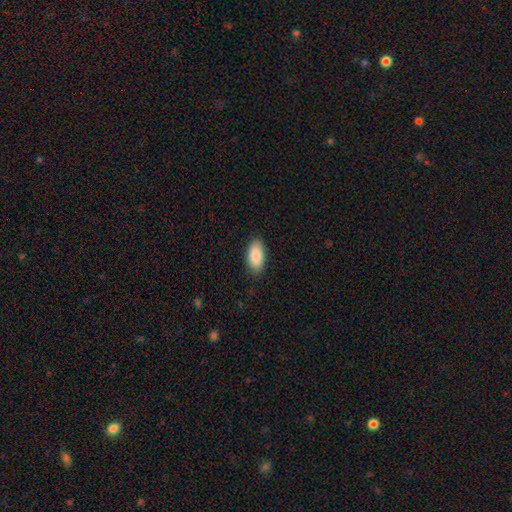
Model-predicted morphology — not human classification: Q: Smooth or featured?
A: smooth (89%); runner-up: star or artifact (6%)
Q: How rounded?
A: in between (93%); runner-up: cigar-shaped (5%)
Q: Merging?
A: none (87%); runner-up: minor disturbance (10%)